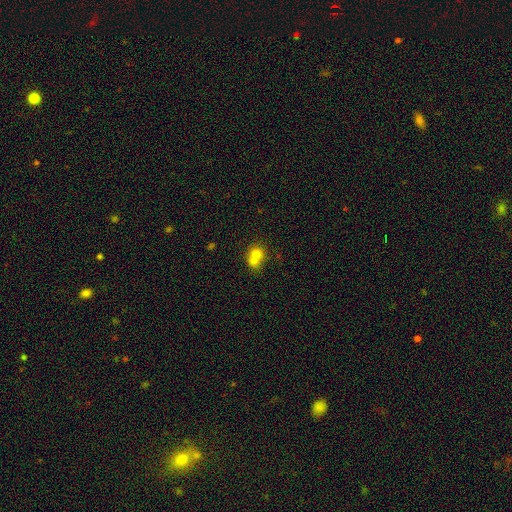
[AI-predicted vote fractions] Smooth or featured? Predicted: smooth (p=0.72). How rounded? Predicted: round (p=0.72). Merging? Predicted: merger (p=0.63).